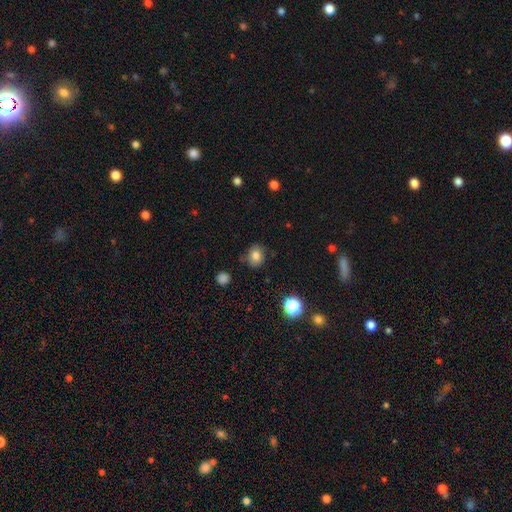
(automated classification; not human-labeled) smooth_or_featured: smooth (p=0.80) [alt: star or artifact p=0.13]
how_rounded: round (p=0.67) [alt: in between p=0.32]
merging: none (p=0.78) [alt: minor disturbance p=0.15]